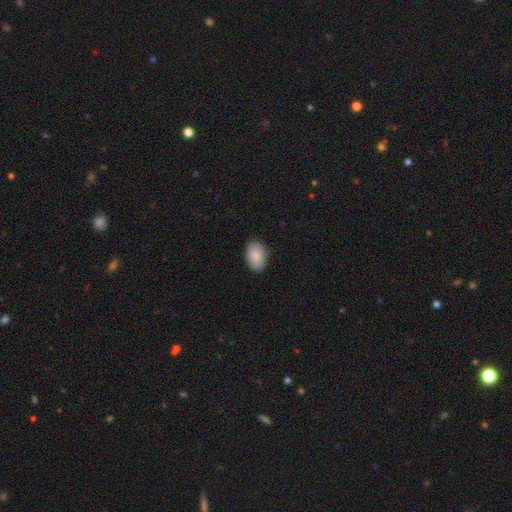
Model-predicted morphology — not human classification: Smooth or featured? Predicted: smooth (p=0.88). How rounded? Predicted: in between (p=0.89). Merging? Predicted: none (p=0.86).